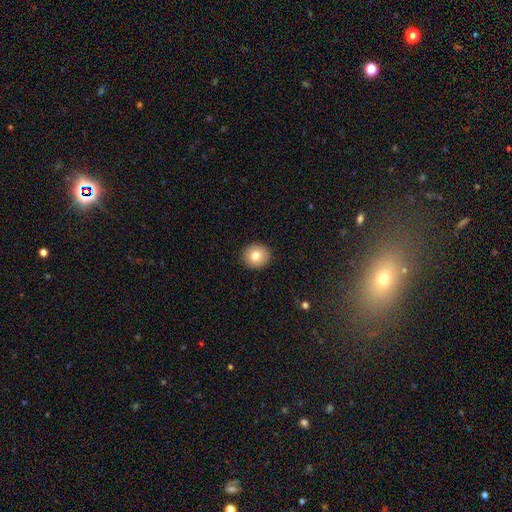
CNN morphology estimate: Smooth or featured?
  - smooth: 78% *
  - featured or disk: 12%
  - star or artifact: 10%
How rounded?
  - round: 88% *
  - in between: 11%
  - cigar-shaped: 1%
Merging?
  - none: 92% *
  - minor disturbance: 5%
  - major disturbance: 2%
  - merger: 1%